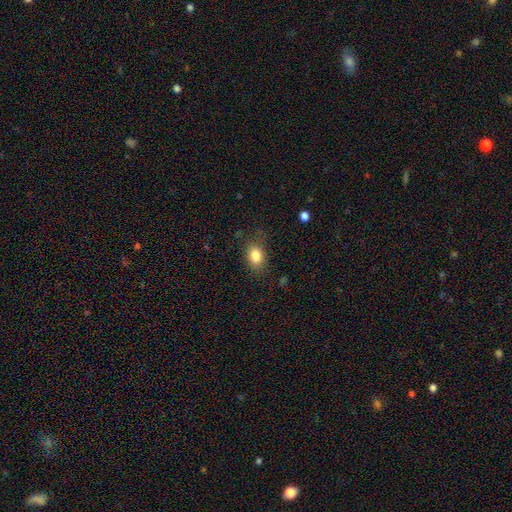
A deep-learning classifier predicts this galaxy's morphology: Smooth or featured?
  - smooth: 84% *
  - star or artifact: 9%
  - featured or disk: 7%
How rounded?
  - in between: 77% *
  - round: 22%
  - cigar-shaped: 2%
Merging?
  - none: 77% *
  - minor disturbance: 16%
  - major disturbance: 5%
  - merger: 1%